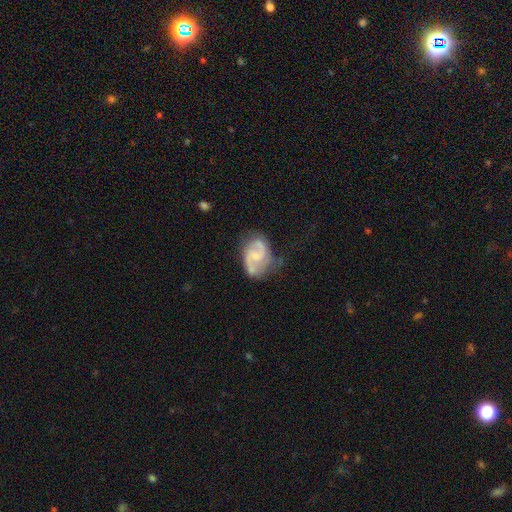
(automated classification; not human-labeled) Smooth or featured?
  - featured or disk: 82% *
  - smooth: 12%
  - star or artifact: 5%
Edge-on disk?
  - no: 98% *
  - yes: 2%
Bar?
  - weak: 50% *
  - no: 41%
  - strong: 9%
Spiral arms?
  - yes: 95% *
  - no: 5%
Spiral winding?
  - medium: 54% *
  - loose: 29%
  - tight: 18%
Spiral arm count?
  - 2: 90% *
  - can't tell: 5%
  - 1: 2%
  - 3: 1%
  - 4: 1%
  - more than 4: 1%
Bulge size?
  - small: 48% *
  - moderate: 27%
  - none: 22%
  - large: 2%
  - dominant: 1%
Merging?
  - none: 61% *
  - minor disturbance: 25%
  - major disturbance: 11%
  - merger: 3%